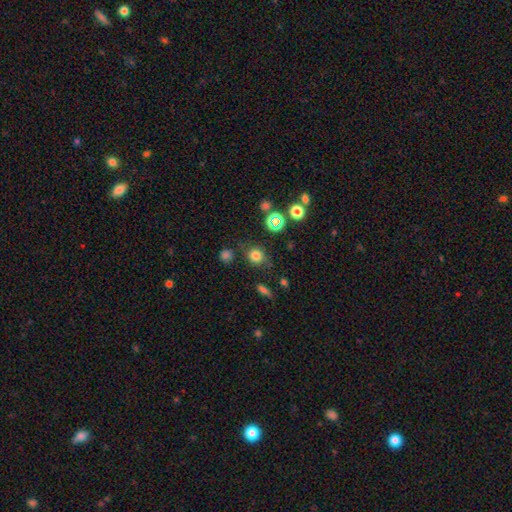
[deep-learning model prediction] Smooth or featured: smooth — 76% (star or artifact — 17%)
How rounded: round — 83% (in between — 16%)
Merging: none — 75% (minor disturbance — 15%)